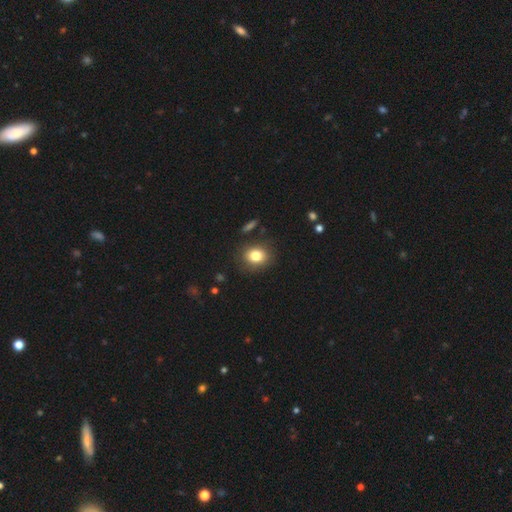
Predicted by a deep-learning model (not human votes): Overall: smooth (81%). How rounded: round (54%; in between 45%). Merging: none (82%).